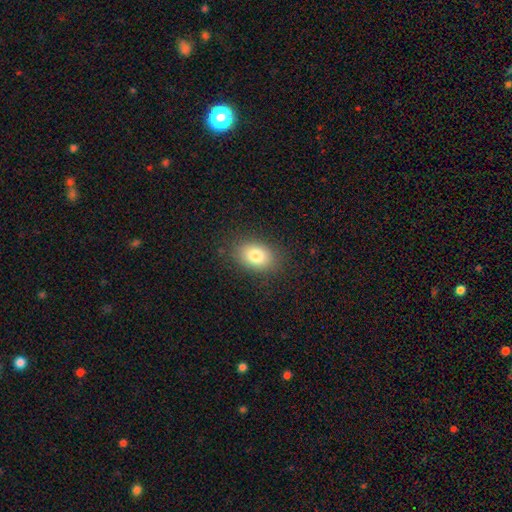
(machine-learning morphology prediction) Smooth or featured? smooth (82%)
How rounded? in between (79%)
Merging? none (85%)